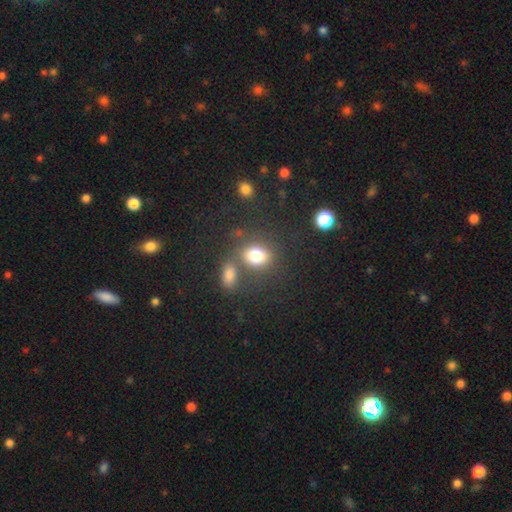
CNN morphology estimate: Smooth or featured?
  - smooth: 80% *
  - star or artifact: 12%
  - featured or disk: 9%
How rounded?
  - in between: 61% *
  - round: 37%
  - cigar-shaped: 2%
Merging?
  - none: 56% *
  - merger: 25%
  - minor disturbance: 13%
  - major disturbance: 6%